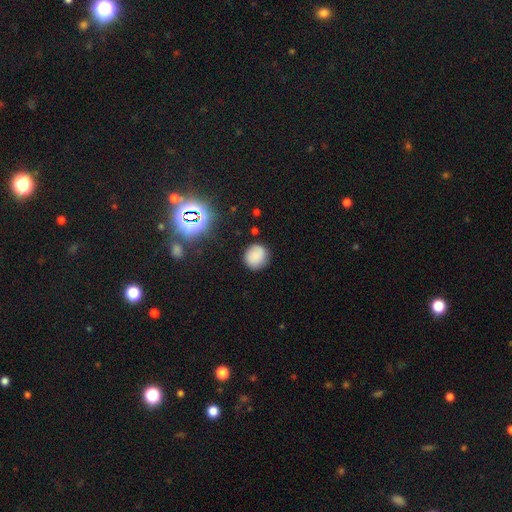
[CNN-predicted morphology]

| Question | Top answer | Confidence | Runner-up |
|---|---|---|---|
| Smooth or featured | smooth | 80% | star or artifact (12%) |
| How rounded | round | 81% | in between (18%) |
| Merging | none | 83% | minor disturbance (13%) |